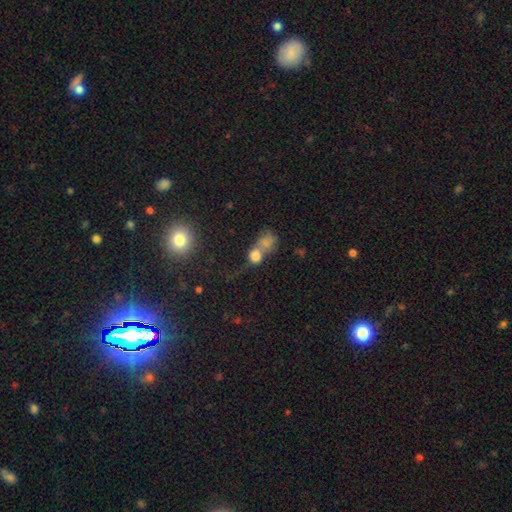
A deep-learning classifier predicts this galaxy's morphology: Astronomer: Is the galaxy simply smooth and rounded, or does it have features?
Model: smooth — 71%.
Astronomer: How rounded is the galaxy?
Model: round — 65%.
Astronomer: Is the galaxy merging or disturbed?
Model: merger — 62%.